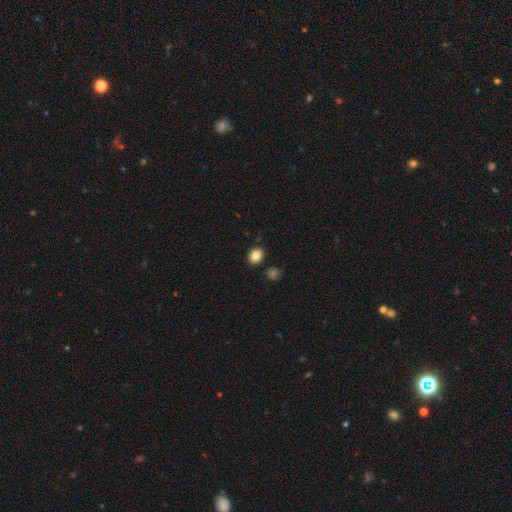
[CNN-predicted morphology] Smooth or featured? Predicted: smooth (p=0.85). How rounded? Predicted: round (p=0.59). Merging? Predicted: none (p=0.87).